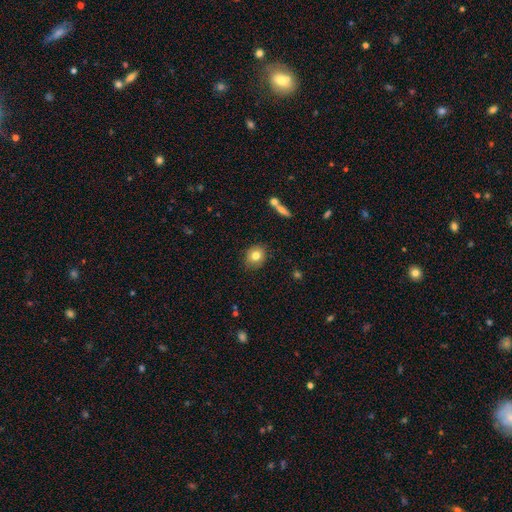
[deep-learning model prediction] Morphology: type=smooth (79%); roundness=round (68%); merging=none (86%).